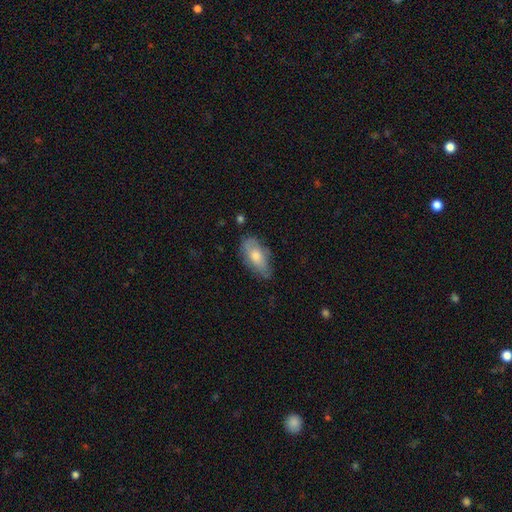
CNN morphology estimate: Smooth or featured?
  - smooth: 62% *
  - featured or disk: 31%
  - star or artifact: 7%
How rounded?
  - in between: 87% *
  - cigar-shaped: 9%
  - round: 4%
Merging?
  - none: 65% *
  - minor disturbance: 27%
  - major disturbance: 6%
  - merger: 2%